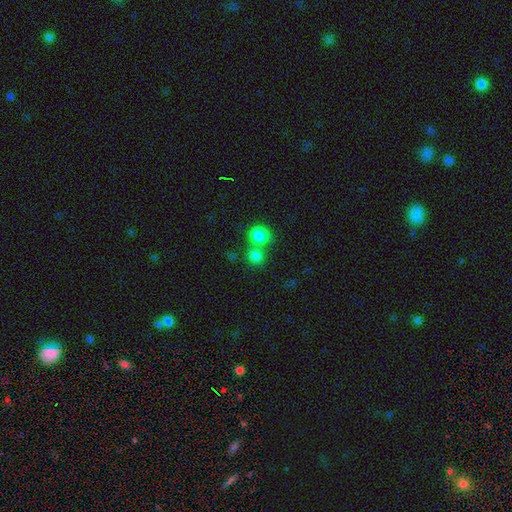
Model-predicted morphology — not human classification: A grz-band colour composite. It shows a smooth galaxy with no disk features (81%) that is round (85%). Merging: none (55%).